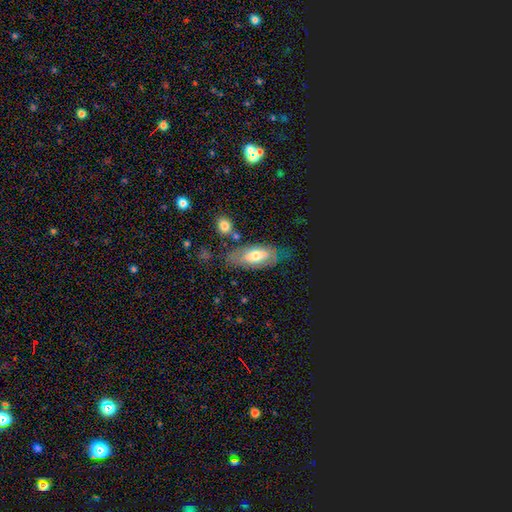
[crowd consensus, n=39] smooth 64%, featured or disk 28%, star or artifact 8%. Down the decision tree: how rounded — in between (88%); merging — none (75%).